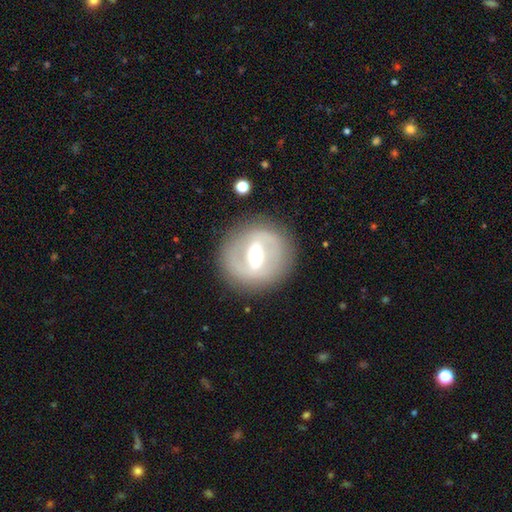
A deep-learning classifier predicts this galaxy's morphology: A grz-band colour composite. It shows a featured or disk galaxy (74%) with a strong bar (55%), spiral arms (56%) and a moderate central bulge (69%). Merging: none (85%).